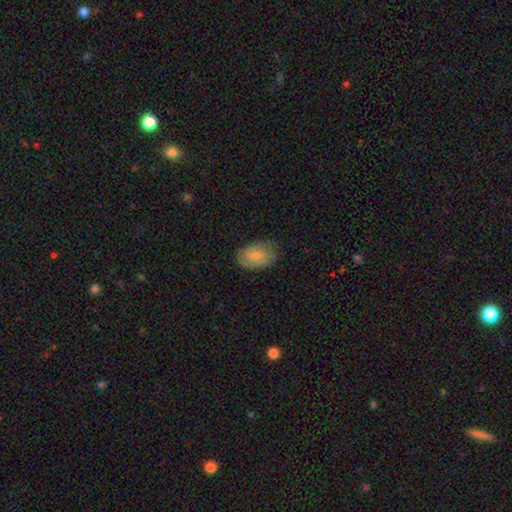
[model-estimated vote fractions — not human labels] A smooth galaxy with no disk features (50%). Merging: none (72%).